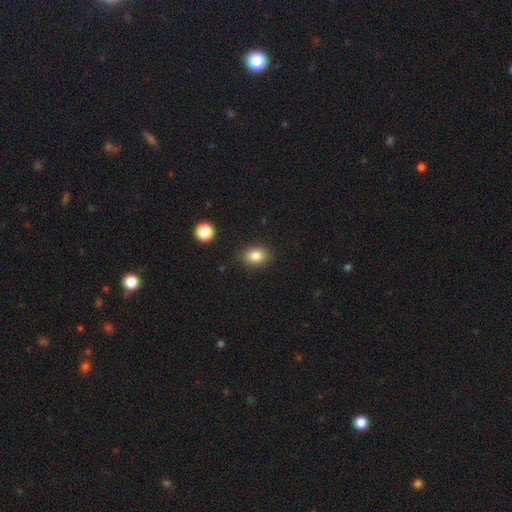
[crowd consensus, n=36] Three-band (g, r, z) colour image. It shows a smooth galaxy with no disk features (86%) that is in between round and cigar-shaped (74%). Merging: none (89%).